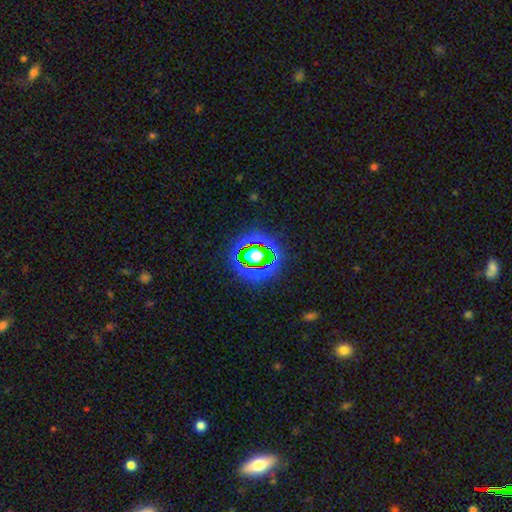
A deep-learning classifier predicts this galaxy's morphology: This is likely a star or artifact rather than a galaxy (62%).